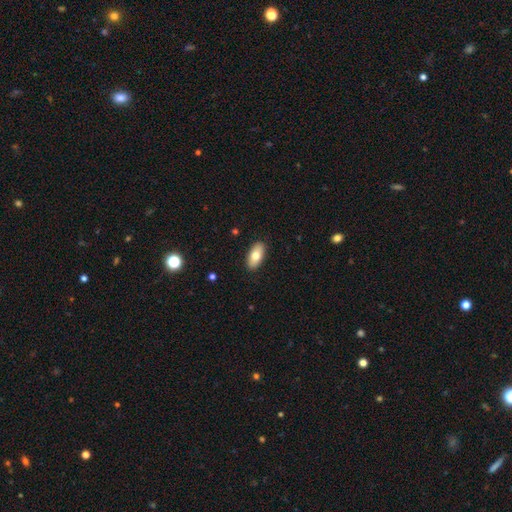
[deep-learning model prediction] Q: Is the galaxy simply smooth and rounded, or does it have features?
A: smooth — 75%.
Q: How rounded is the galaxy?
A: in between — 90%.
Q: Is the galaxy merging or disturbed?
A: none — 90%.